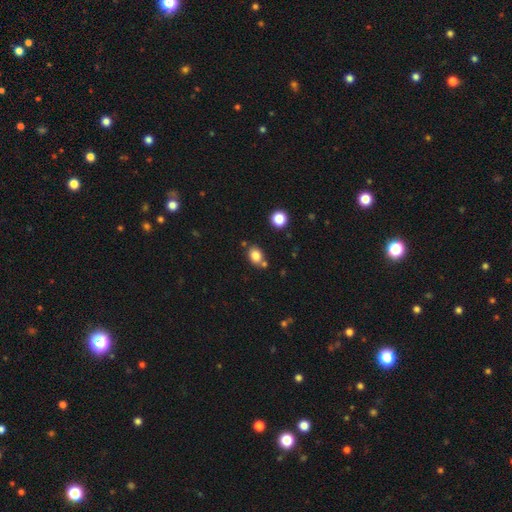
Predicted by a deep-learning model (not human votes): Smooth or featured?
  - smooth: 83% *
  - star or artifact: 11%
  - featured or disk: 6%
How rounded?
  - in between: 54% *
  - round: 45%
  - cigar-shaped: 1%
Merging?
  - none: 69% *
  - merger: 15%
  - minor disturbance: 13%
  - major disturbance: 3%